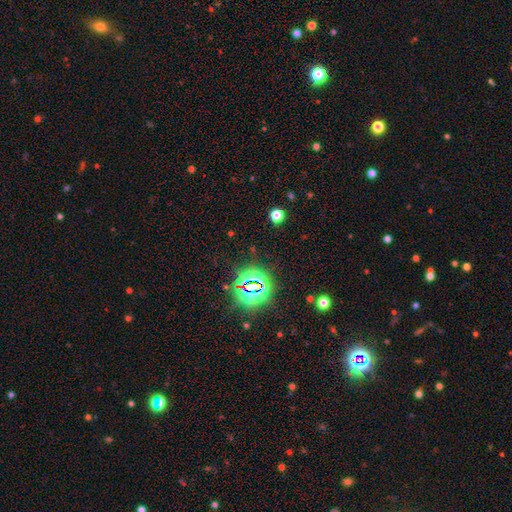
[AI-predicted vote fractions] A star or artifact, not a galaxy (83%).

Vote fractions:
- Smooth or featured? star or artifact: 83% / smooth: 11% / featured or disk: 6%